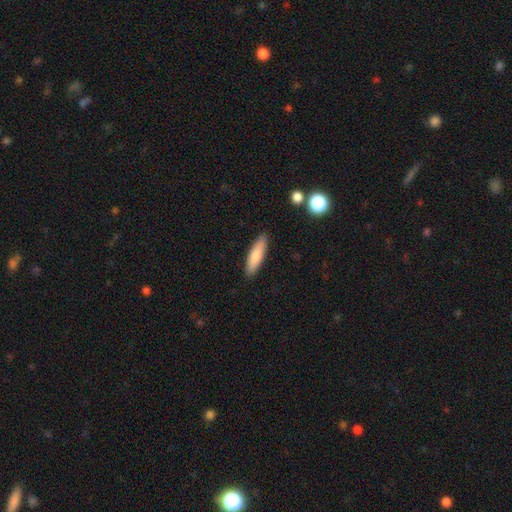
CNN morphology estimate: Smooth or featured? Predicted: smooth (p=0.80). How rounded? Predicted: cigar-shaped (p=0.64). Merging? Predicted: none (p=0.89).